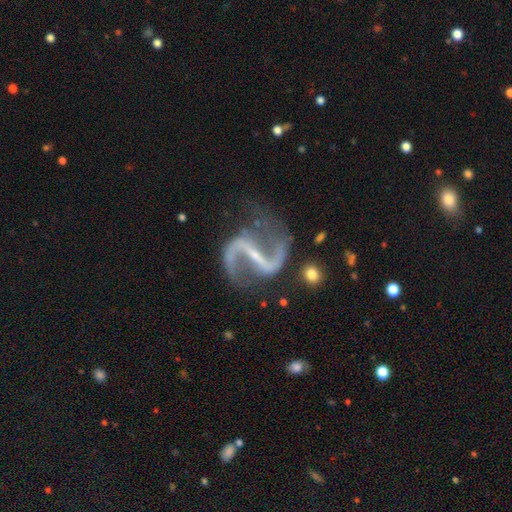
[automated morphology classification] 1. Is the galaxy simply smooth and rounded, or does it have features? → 93% featured or disk, 5% star or artifact, 2% smooth.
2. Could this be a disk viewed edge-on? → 97% no, 3% yes.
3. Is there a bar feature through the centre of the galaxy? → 68% strong, 23% weak, 9% no.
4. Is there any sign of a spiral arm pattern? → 98% yes, 2% no.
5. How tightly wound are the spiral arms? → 58% loose, 34% medium, 7% tight.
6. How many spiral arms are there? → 94% 2, 1% 1, 1% can't tell, 1% 3, 1% 4, 1% more than 4.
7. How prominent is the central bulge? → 75% small, 15% none, 9% moderate, 1% large, 1% dominant.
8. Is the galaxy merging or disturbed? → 73% none, 15% minor disturbance, 9% major disturbance, 3% merger.